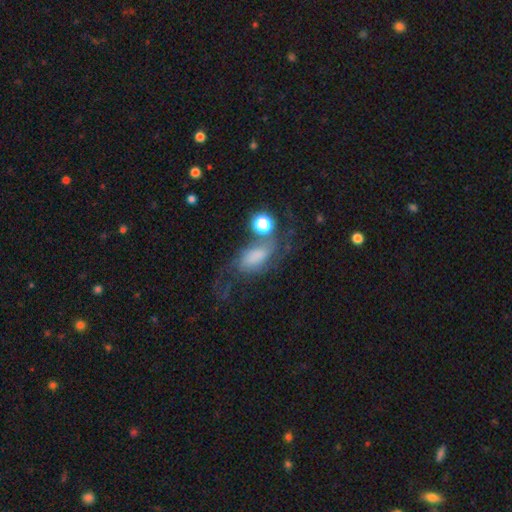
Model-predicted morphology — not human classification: Smooth or featured? Predicted: featured or disk (p=0.56). Edge-on disk? Predicted: no (p=0.94). Bar? Predicted: no (p=0.58). Spiral arms? Predicted: yes (p=0.84). Bulge size? Predicted: none (p=0.32). Merging? Predicted: none (p=0.41).